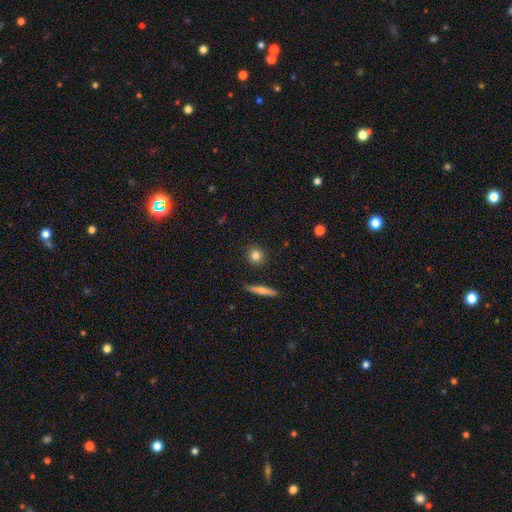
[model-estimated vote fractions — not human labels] Overall: smooth (81%). How rounded: round (89%). Merging: none (90%).